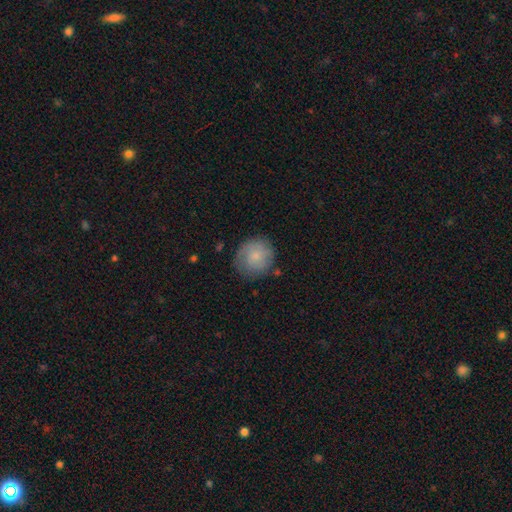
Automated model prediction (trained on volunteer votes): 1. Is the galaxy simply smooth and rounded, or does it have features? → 74% smooth, 19% featured or disk, 7% star or artifact.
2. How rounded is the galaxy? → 87% round, 12% in between, 1% cigar-shaped.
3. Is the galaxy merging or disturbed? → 74% none, 18% minor disturbance, 5% major disturbance, 2% merger.